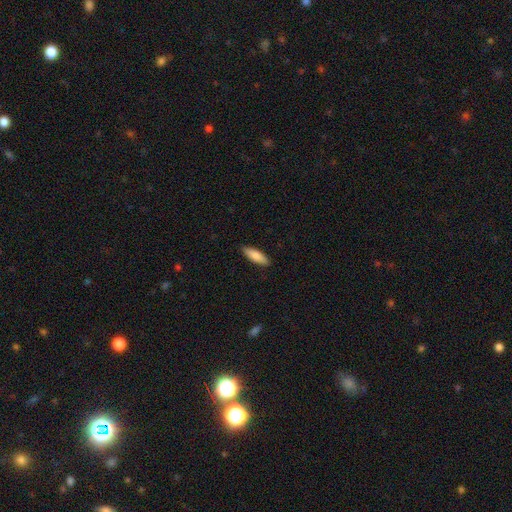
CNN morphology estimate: A smooth galaxy with no disk features (82%) that is in between round and cigar-shaped (51%). Merging: none (88%).